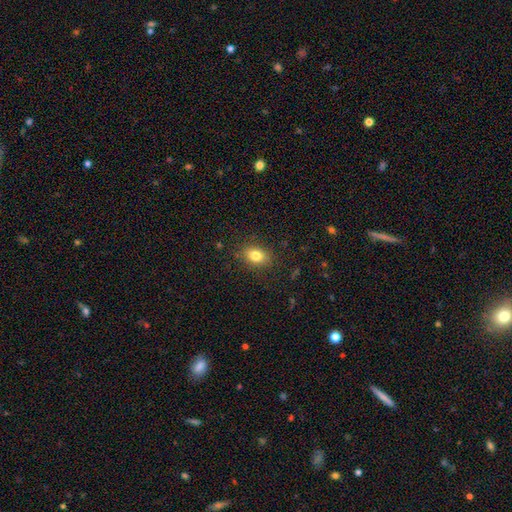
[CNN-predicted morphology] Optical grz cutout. It shows a smooth galaxy with no disk features (81%) that is in between round and cigar-shaped (76%). Merging: none (86%).